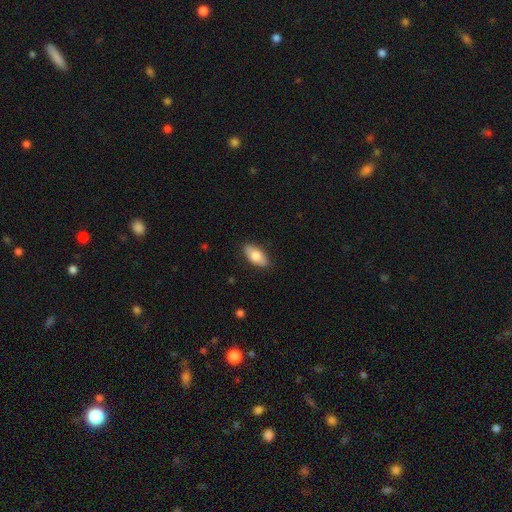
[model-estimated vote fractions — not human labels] smooth_or_featured: smooth (p=0.77) [alt: featured or disk p=0.17]
how_rounded: in between (p=0.92) [alt: cigar-shaped p=0.05]
merging: none (p=0.87) [alt: minor disturbance p=0.10]